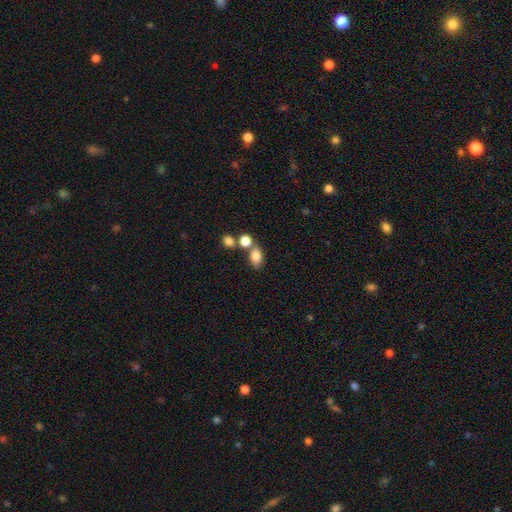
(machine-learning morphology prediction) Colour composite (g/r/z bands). It shows a smooth galaxy with no disk features (82%) that is in between round and cigar-shaped (76%). Merging: none (56%).